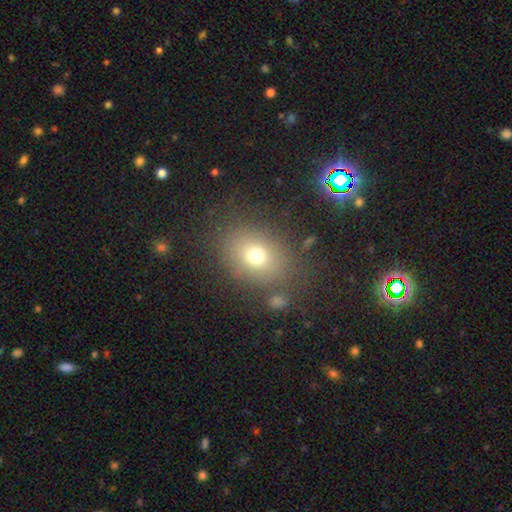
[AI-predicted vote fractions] Overall: smooth (71%). How rounded: in between (50%; round 48%). Merging: none (76%).